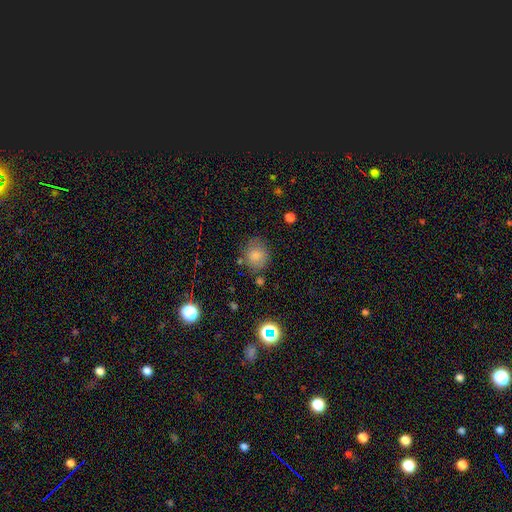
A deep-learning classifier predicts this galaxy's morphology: smooth_or_featured: smooth (p=0.77) [alt: featured or disk p=0.12]
how_rounded: round (p=0.80) [alt: in between p=0.19]
merging: none (p=0.72) [alt: minor disturbance p=0.18]